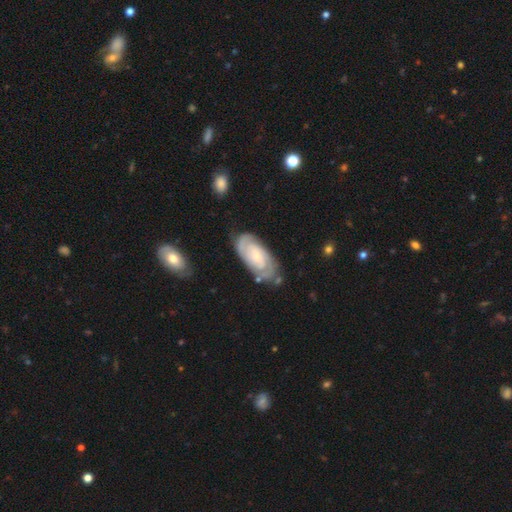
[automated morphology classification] Smooth or featured?
  - featured or disk: 78% *
  - smooth: 17%
  - star or artifact: 5%
Edge-on disk?
  - no: 95% *
  - yes: 5%
Bar?
  - no: 68% *
  - weak: 26%
  - strong: 6%
Spiral arms?
  - yes: 93% *
  - no: 7%
Spiral winding?
  - tight: 68% *
  - medium: 25%
  - loose: 7%
Spiral arm count?
  - 2: 63% *
  - can't tell: 22%
  - 3: 7%
  - 1: 3%
  - 4: 3%
  - more than 4: 2%
Bulge size?
  - small: 72% *
  - moderate: 22%
  - none: 3%
  - large: 2%
  - dominant: 1%
Merging?
  - none: 75% *
  - minor disturbance: 17%
  - major disturbance: 5%
  - merger: 3%